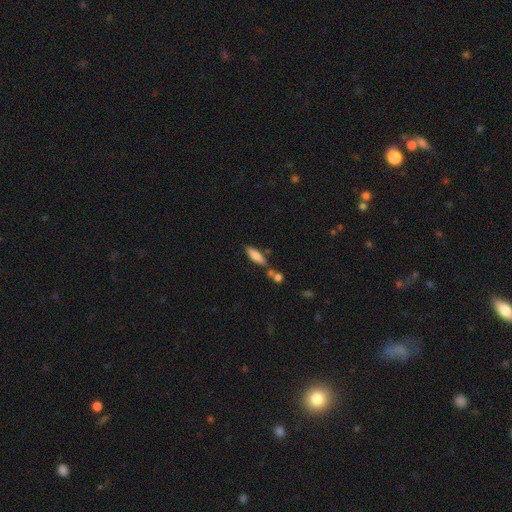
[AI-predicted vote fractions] smooth_or_featured: smooth (p=0.75) [alt: featured or disk p=0.18]
how_rounded: cigar-shaped (p=0.57) [alt: in between p=0.42]
merging: none (p=0.63) [alt: merger p=0.17]